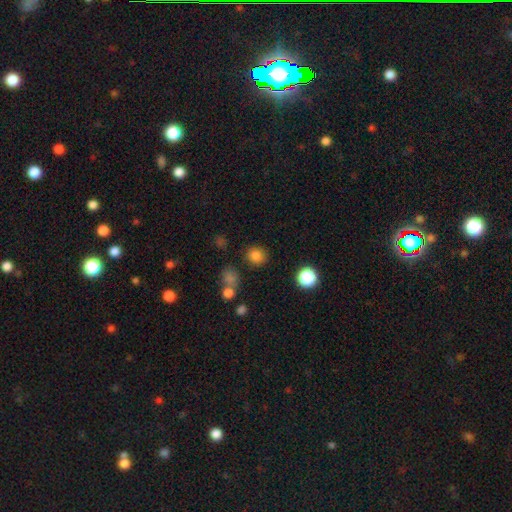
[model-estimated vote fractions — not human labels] smooth 82%, star or artifact 13%, featured or disk 5%. Down the decision tree: how rounded — round (87%); merging — none (86%).